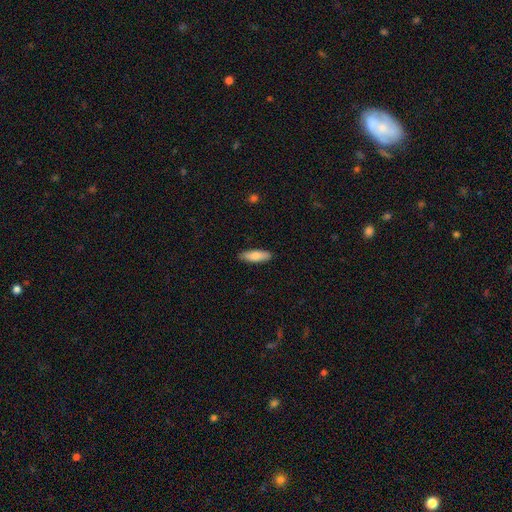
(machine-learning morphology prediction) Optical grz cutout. It shows a smooth galaxy with no disk features (81%) that is in between round and cigar-shaped (55%). Merging: none (88%).